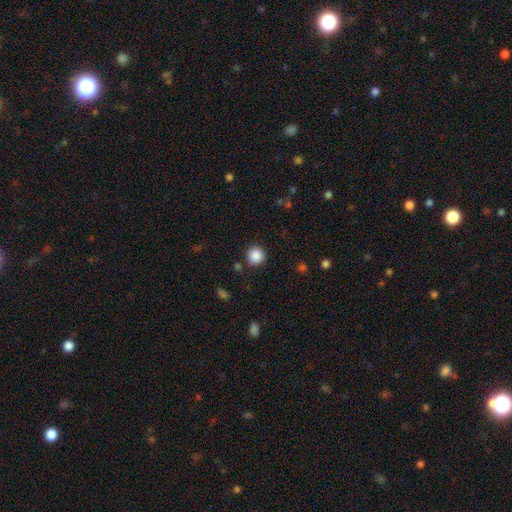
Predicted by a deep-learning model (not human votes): Overall: smooth (87%). How rounded: round (94%). Merging: none (88%).